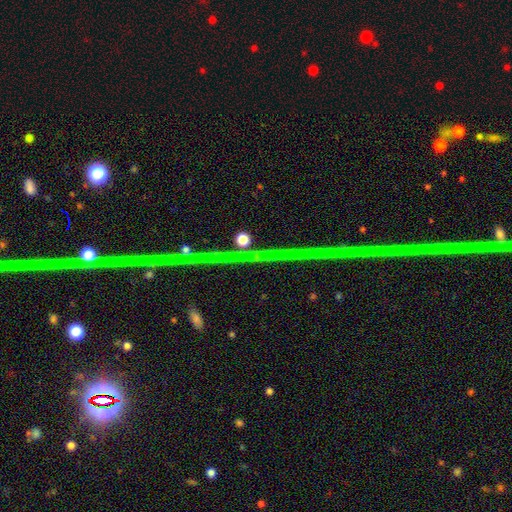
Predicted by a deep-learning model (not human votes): Morphology: type=star or artifact (82%).